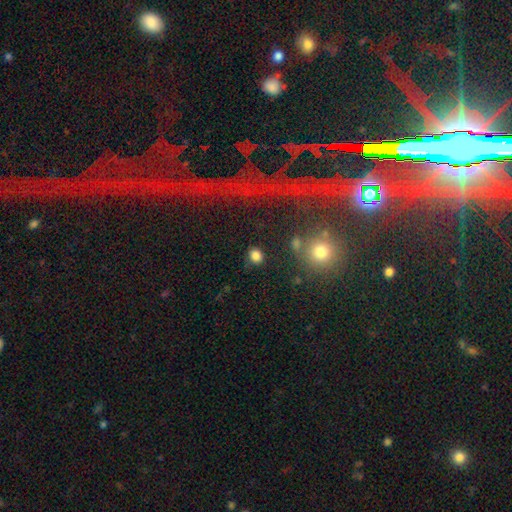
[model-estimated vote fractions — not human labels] Q: Smooth or featured?
A: smooth (83%); runner-up: star or artifact (12%)
Q: How rounded?
A: round (71%); runner-up: in between (27%)
Q: Merging?
A: none (81%); runner-up: minor disturbance (10%)